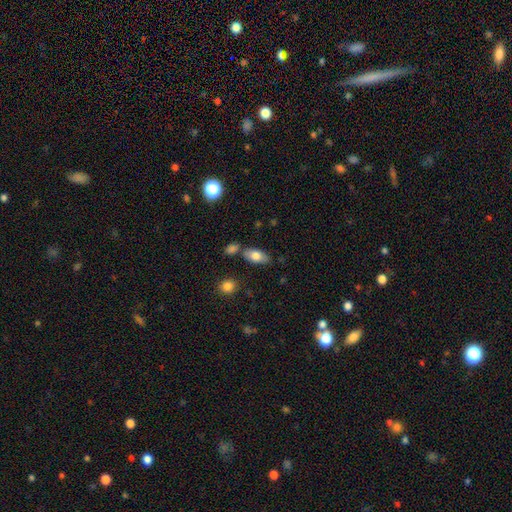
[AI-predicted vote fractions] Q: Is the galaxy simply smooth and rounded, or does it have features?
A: smooth — 77%.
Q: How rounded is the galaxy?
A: in between — 90%.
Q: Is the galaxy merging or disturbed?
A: none — 71%.